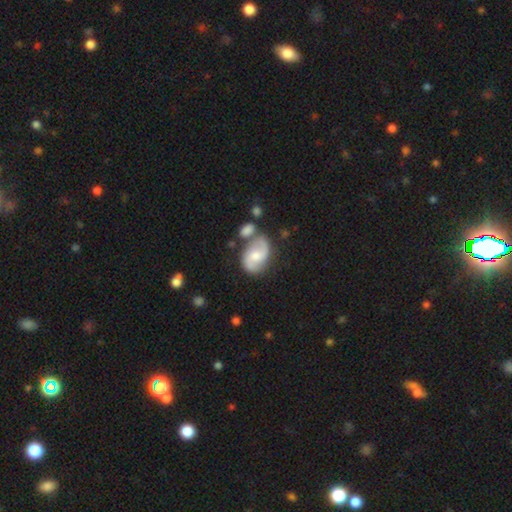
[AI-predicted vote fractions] This appears to be a featured or disk galaxy (73%) with no bar (49%), 2 (91%) medium (45%) spiral arms (93%) and a moderate central bulge (56%). Merging: none (60%).